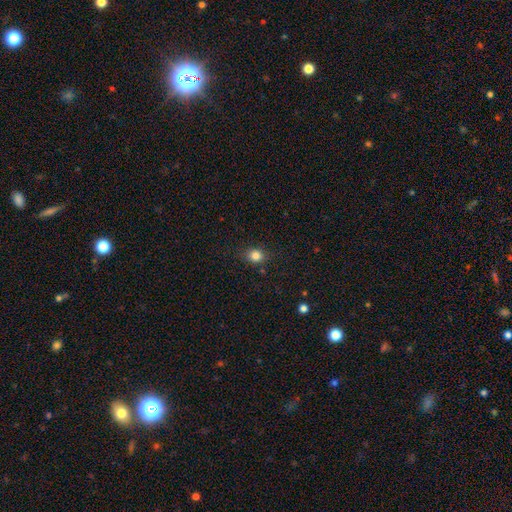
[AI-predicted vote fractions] Overall: smooth (83%). How rounded: round (68%; in between 31%). Merging: none (83%).